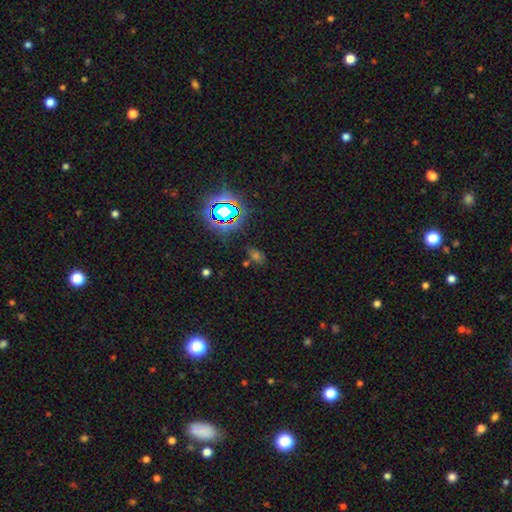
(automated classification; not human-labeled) This appears to be a star or artifact, not a galaxy (55%).